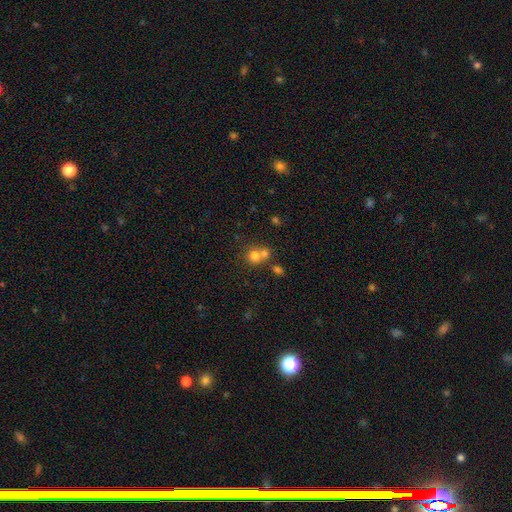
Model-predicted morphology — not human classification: A smooth galaxy with no disk features (73%) that is round (81%).

Vote fractions:
- Smooth or featured? smooth: 73% / star or artifact: 14% / featured or disk: 12%
- How rounded? round: 81% / in between: 18% / cigar-shaped: 1%
- Merging? merger: 53% / none: 38% / minor disturbance: 6% / major disturbance: 3%